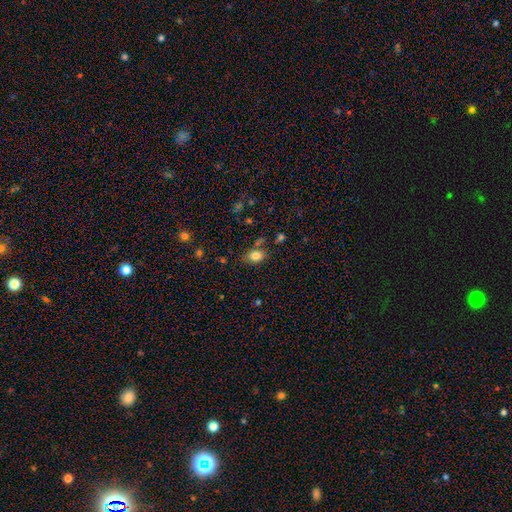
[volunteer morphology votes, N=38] A smooth galaxy with no disk features (89%) that is in between round and cigar-shaped (82%). Merging: none (66%).